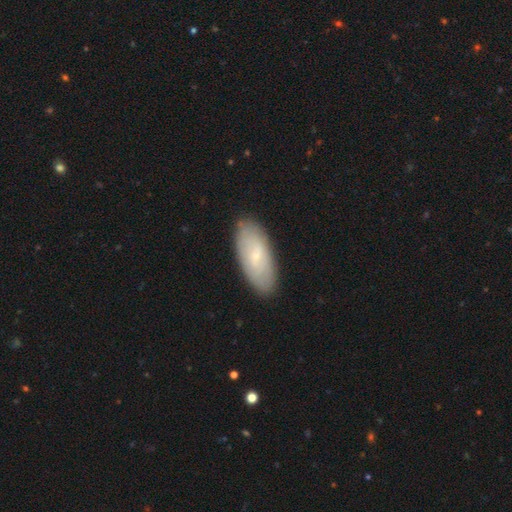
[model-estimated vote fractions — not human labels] Smooth or featured? Predicted: smooth (p=0.56). How rounded? Predicted: in between (p=0.87). Merging? Predicted: none (p=0.87).